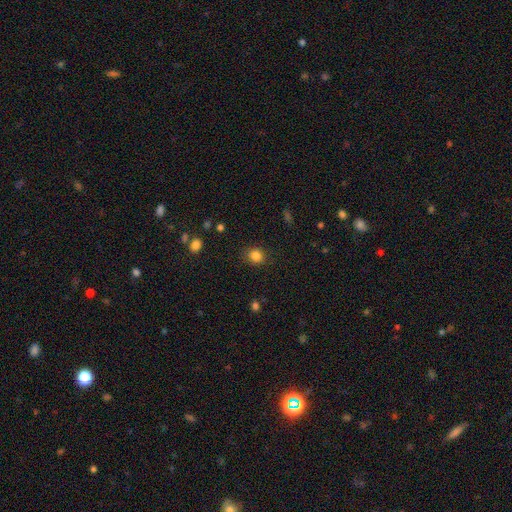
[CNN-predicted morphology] Smooth or featured?
  - smooth: 84% *
  - star or artifact: 12%
  - featured or disk: 4%
How rounded?
  - round: 78% *
  - in between: 21%
  - cigar-shaped: 1%
Merging?
  - none: 85% *
  - minor disturbance: 11%
  - major disturbance: 3%
  - merger: 1%